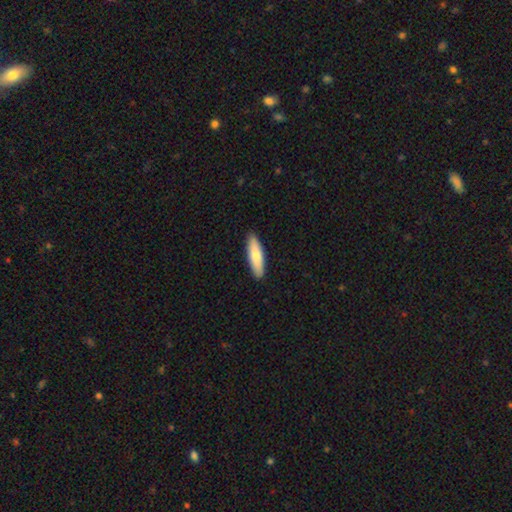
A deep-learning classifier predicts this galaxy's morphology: The model was most divided on "how rounded": cigar-shaped: 62%, in between: 37%, round: 2%. More confident: merging — none (91%); smooth or featured — smooth (75%).